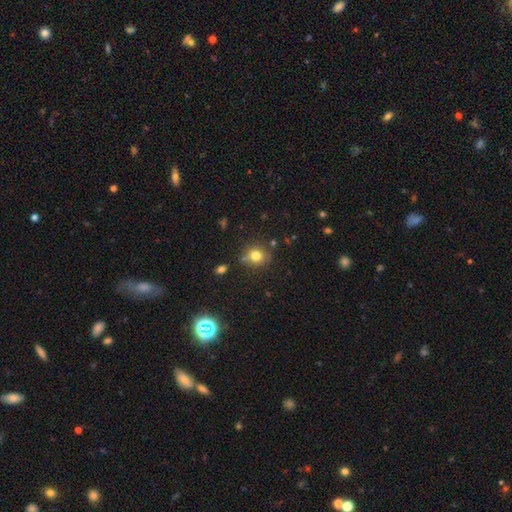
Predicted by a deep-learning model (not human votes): This is likely a smooth galaxy (76%). How rounded: clearly round (81%). Merging: likely none (73%).